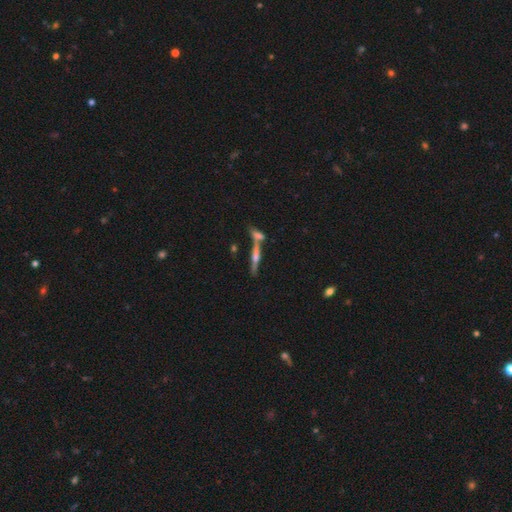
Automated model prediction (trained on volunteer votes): Smooth or featured? Predicted: featured or disk (p=0.67). Edge-on disk? Predicted: yes (p=0.95). Edge-on bulge? Predicted: rounded (p=0.80). Merging? Predicted: none (p=0.61).